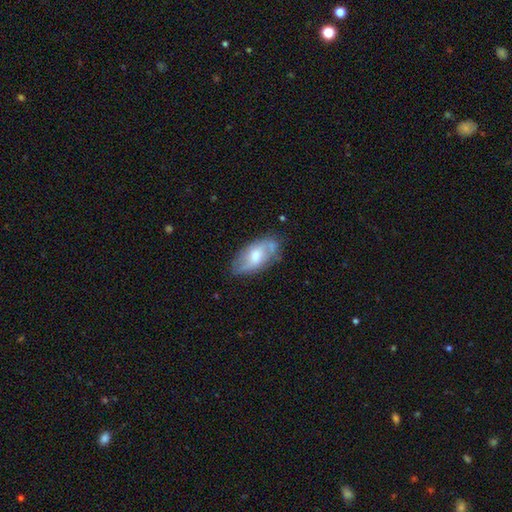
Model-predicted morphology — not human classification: The model was most divided on "smooth or featured": featured or disk: 53%, smooth: 40%, star or artifact: 7%. More confident: edge-on disk — no (86%); merging — none (61%).